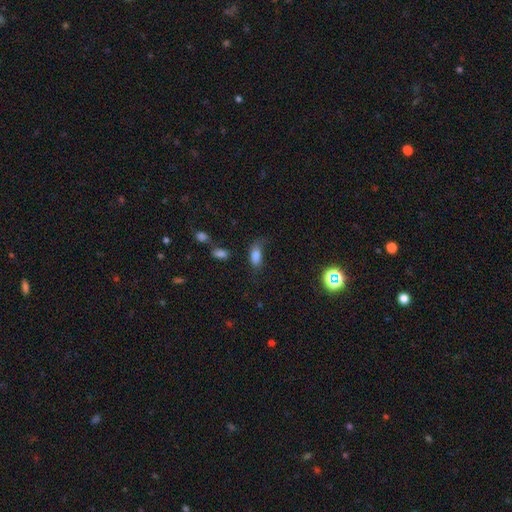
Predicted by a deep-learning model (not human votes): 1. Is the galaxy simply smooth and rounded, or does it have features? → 80% smooth, 11% star or artifact, 9% featured or disk.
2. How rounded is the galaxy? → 87% in between, 8% cigar-shaped, 5% round.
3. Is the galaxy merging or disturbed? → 51% none, 27% minor disturbance, 16% major disturbance, 5% merger.